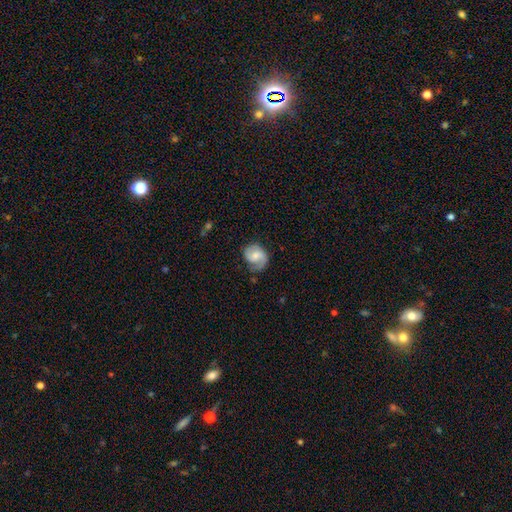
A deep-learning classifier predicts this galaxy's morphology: The model was most divided on "bulge size": moderate: 43%, small: 38%, none: 11%, large: 6%, dominant: 1%. Remaining: edge-on disk — no (98%); spiral arms — yes (94%); smooth or featured — featured or disk (70%); spiral arm count — 2 (69%); merging — none (65%); bar — weak (48%); spiral winding — medium (47%).